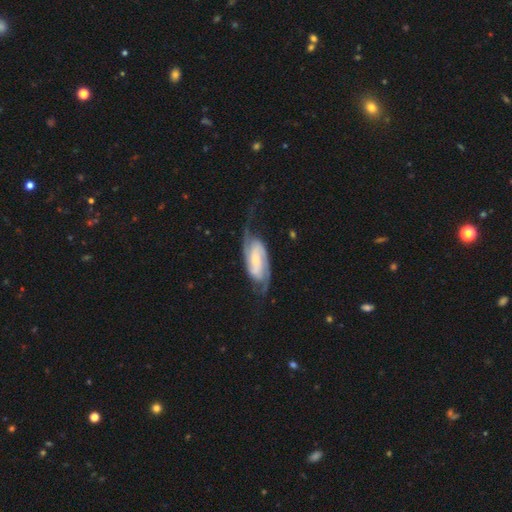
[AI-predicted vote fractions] This is clearly a featured or disk galaxy (83%). It is clearly not viewed edge-on (93%). Bar: marginally weak (41%). Spiral arm pattern: clearly yes (96%). Spiral arm count: clearly 2 (85%). Spiral winding: marginally medium (44%). Central bulge: possibly small (54%). Merging: likely none (65%).